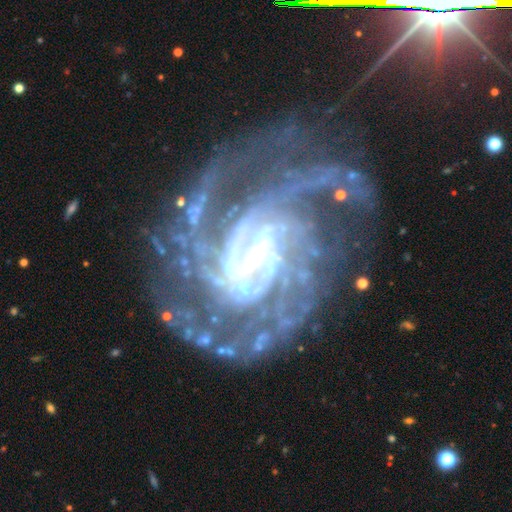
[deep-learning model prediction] This appears to be a featured or disk galaxy (91%) with a strong bar (54%), 2 (24%) medium (45%) spiral arms (98%) and a small central bulge (52%). Merging: none (51%).